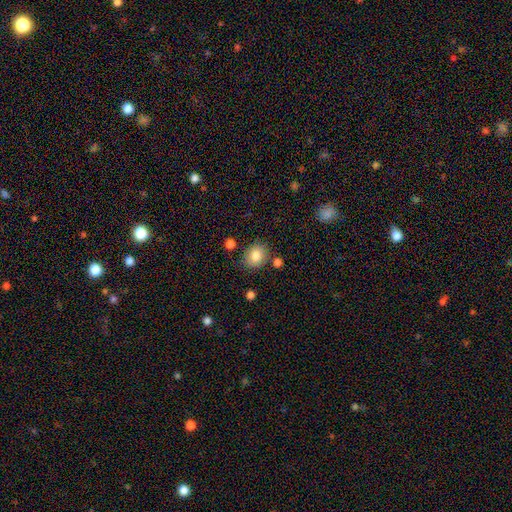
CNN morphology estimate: type=smooth (84%); roundness=round (56%); merging=none (78%).